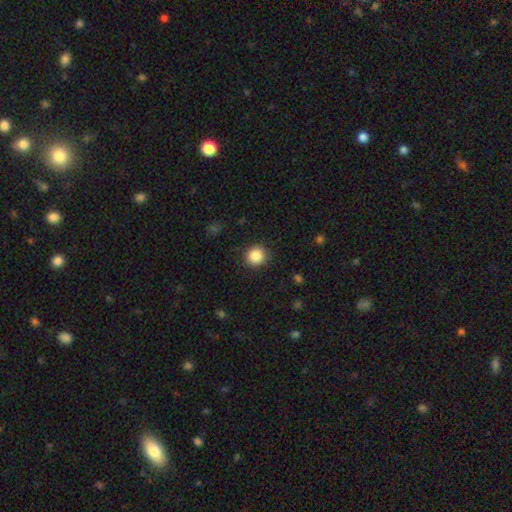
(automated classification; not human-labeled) A smooth galaxy with no disk features (86%) that is round (92%). Merging: none (90%).